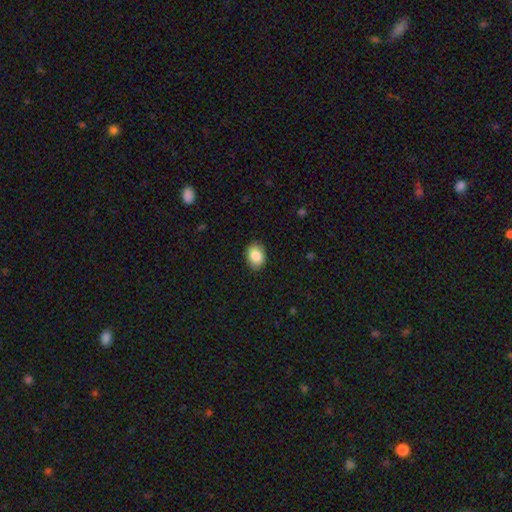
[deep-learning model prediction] A smooth galaxy with no disk features (87%) that is in between round and cigar-shaped (72%). Merging: none (86%).